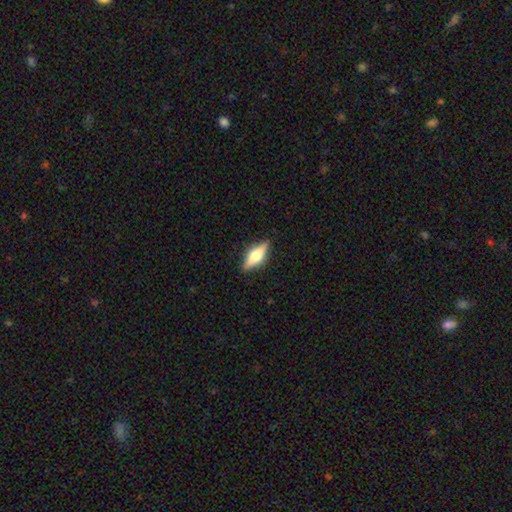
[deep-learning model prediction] Morphology: type=featured or disk (53%); edge-on=yes (94%); edge-on bulge=rounded (88%); merging=none (87%).